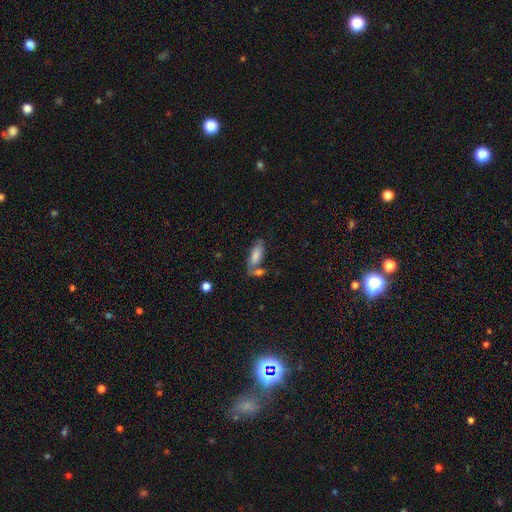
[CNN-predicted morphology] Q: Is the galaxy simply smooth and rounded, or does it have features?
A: smooth — 71%.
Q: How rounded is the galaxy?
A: in between — 80%.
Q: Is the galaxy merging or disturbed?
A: none — 45%.